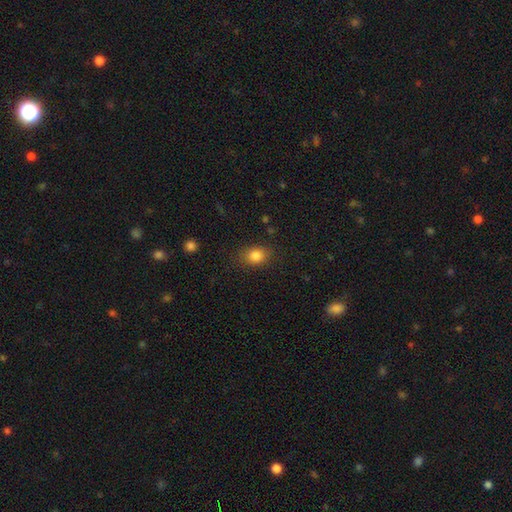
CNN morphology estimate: Smooth or featured?
  - smooth: 83% *
  - star or artifact: 11%
  - featured or disk: 6%
How rounded?
  - in between: 58% *
  - round: 40%
  - cigar-shaped: 1%
Merging?
  - none: 82% *
  - minor disturbance: 13%
  - major disturbance: 4%
  - merger: 1%